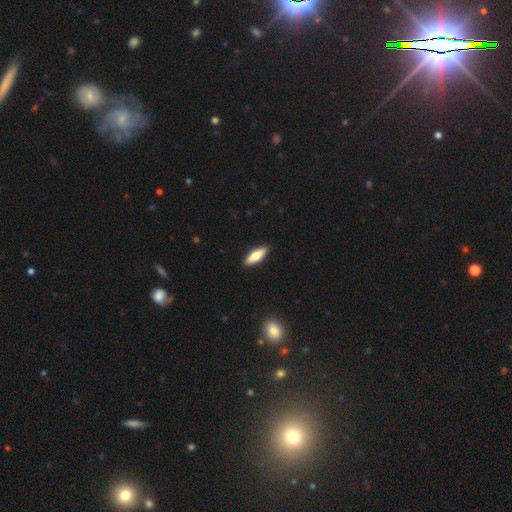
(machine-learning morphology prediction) This appears to be a smooth galaxy with no disk features (68%) that is in between round and cigar-shaped (52%). Merging: none (90%).